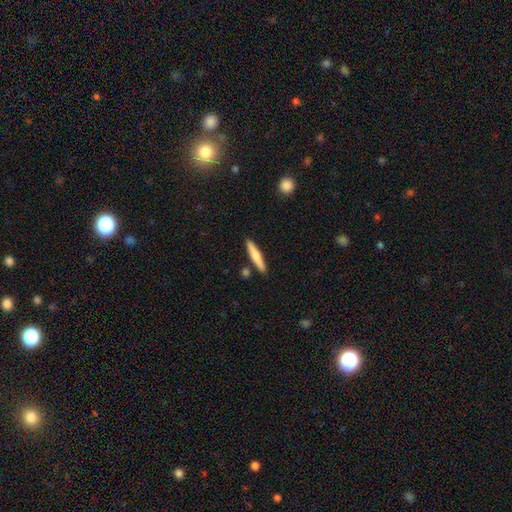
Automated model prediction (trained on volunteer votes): A smooth galaxy with no disk features (60%) that is cigar-shaped (90%).

Vote fractions:
- Smooth or featured? smooth: 60% / featured or disk: 34% / star or artifact: 6%
- How rounded? cigar-shaped: 90% / in between: 8% / round: 2%
- Merging? none: 86% / minor disturbance: 8% / merger: 4% / major disturbance: 2%